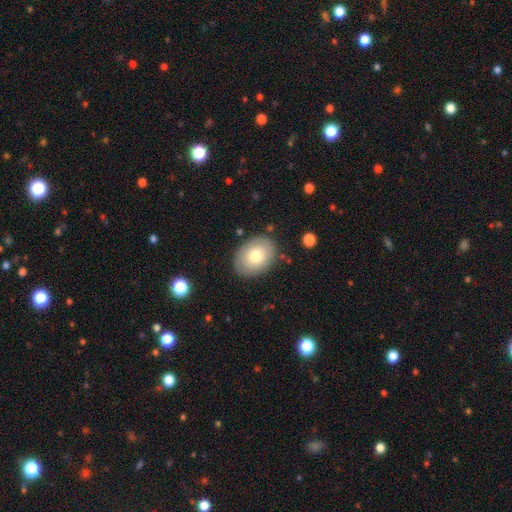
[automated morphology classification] smooth-or-featured: smooth: 74% | featured or disk: 19% | star or artifact: 7%
  how-rounded: in between: 76% | round: 23% | cigar-shaped: 1%
  merging: none: 84% | minor disturbance: 12% | major disturbance: 3% | merger: 2%